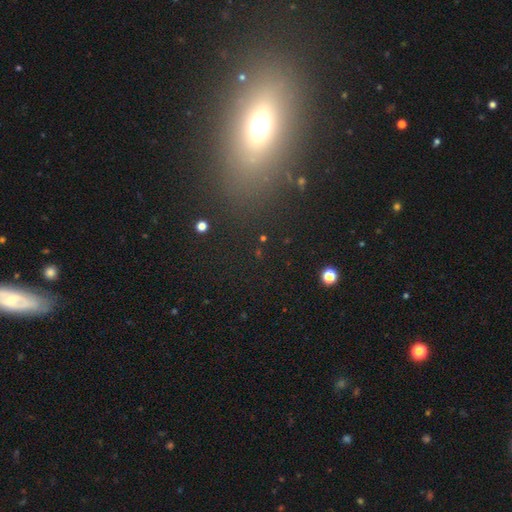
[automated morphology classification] Smooth or featured?
  - smooth: 50% *
  - star or artifact: 30%
  - featured or disk: 20%
Merging?
  - none: 86% *
  - minor disturbance: 8%
  - major disturbance: 4%
  - merger: 3%